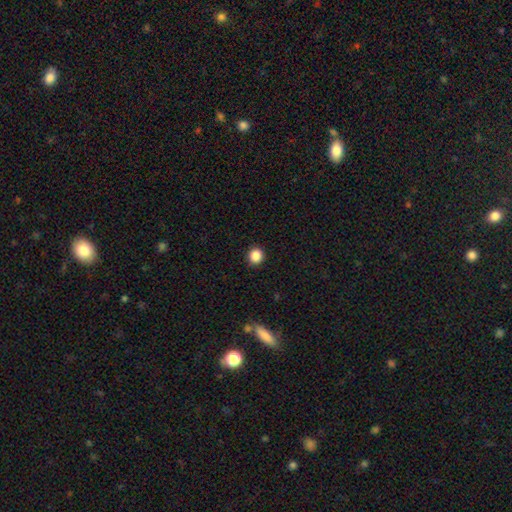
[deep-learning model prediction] Overall: smooth (87%). How rounded: round (90%). Merging: none (92%).